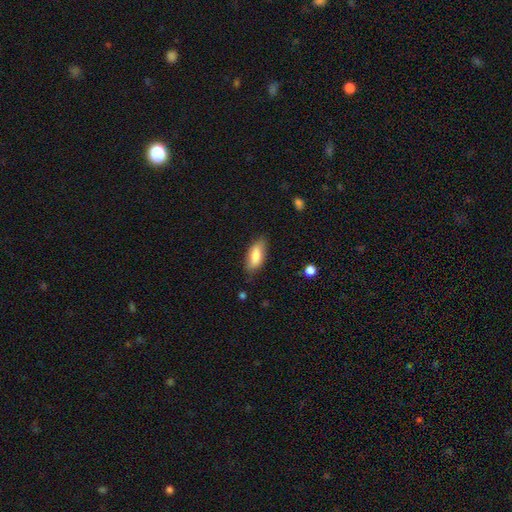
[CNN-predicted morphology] smooth-or-featured: smooth: 83% | featured or disk: 11% | star or artifact: 6%
  how-rounded: in between: 80% | cigar-shaped: 18% | round: 2%
  merging: none: 78% | minor disturbance: 17% | major disturbance: 3% | merger: 1%